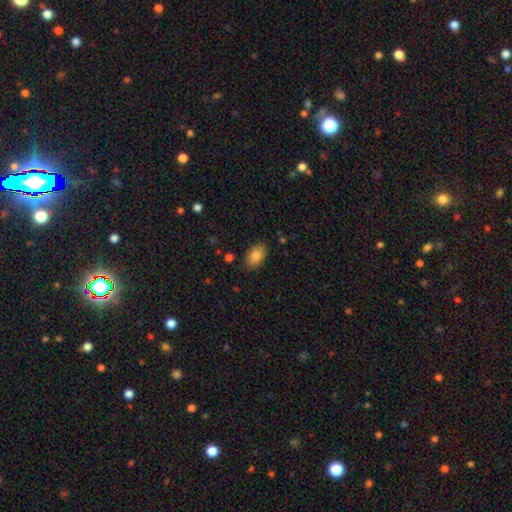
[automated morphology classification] A smooth galaxy with no disk features (86%) that is in between round and cigar-shaped (90%). Merging: none (85%).